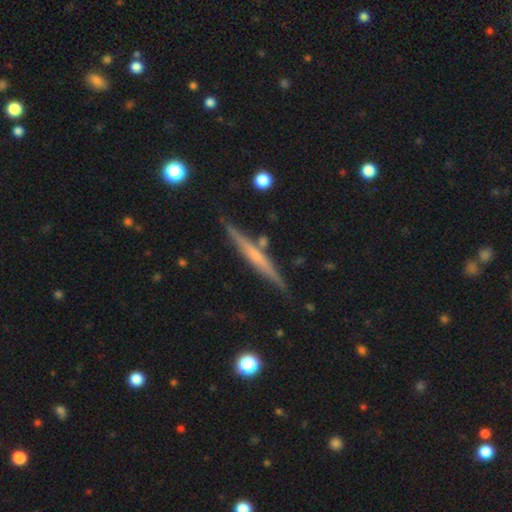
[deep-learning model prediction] Smooth or featured? Predicted: featured or disk (p=0.62). Edge-on disk? Predicted: yes (p=0.97). Edge-on bulge? Predicted: none (p=0.59). Merging? Predicted: none (p=0.85).